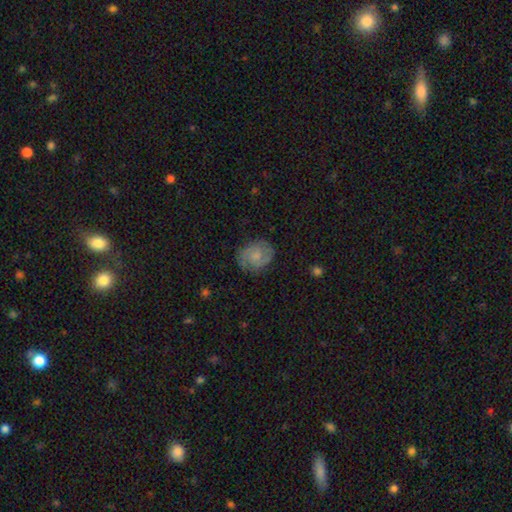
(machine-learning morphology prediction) Overall: featured or disk (46%, tied with smooth). Merging: none (75%).